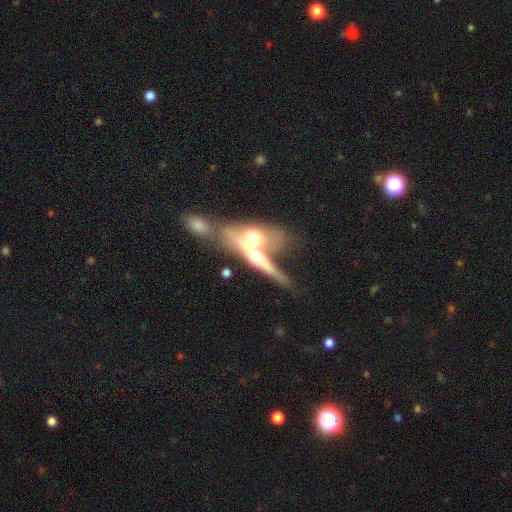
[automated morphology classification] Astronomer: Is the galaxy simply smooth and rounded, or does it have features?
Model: featured or disk — 65%.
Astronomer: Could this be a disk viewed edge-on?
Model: yes — 63%.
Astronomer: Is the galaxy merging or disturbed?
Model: merger — 58%.